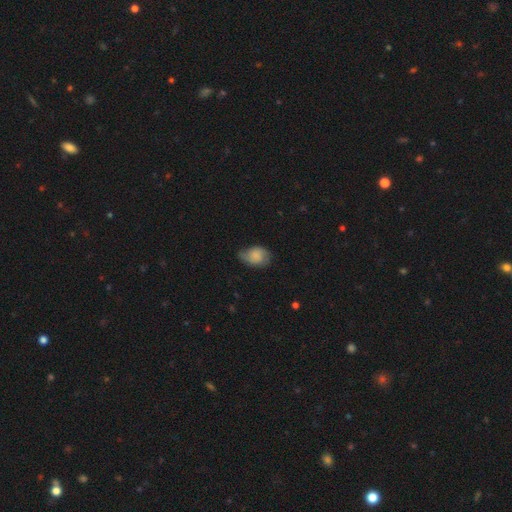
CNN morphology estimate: Smooth or featured: smooth — 57% (featured or disk — 34%)
How rounded: in between — 71% (round — 28%)
Merging: none — 55% (minor disturbance — 32%)